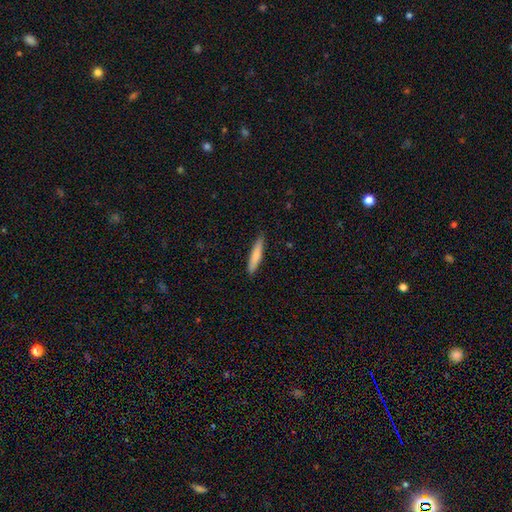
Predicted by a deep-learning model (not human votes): Q: Smooth or featured?
A: smooth (77%); runner-up: featured or disk (18%)
Q: How rounded?
A: cigar-shaped (90%); runner-up: in between (9%)
Q: Merging?
A: none (88%); runner-up: minor disturbance (9%)